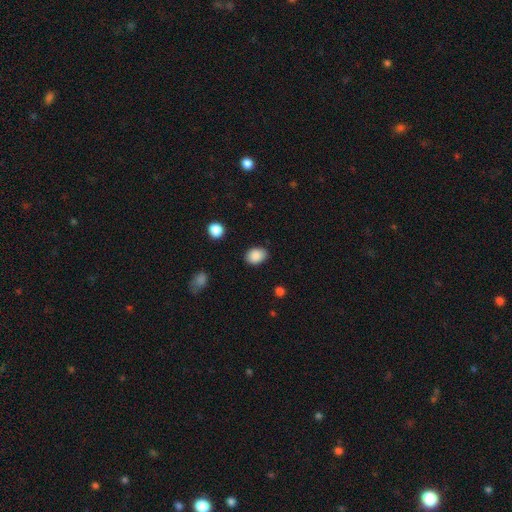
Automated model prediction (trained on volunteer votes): This appears to be a smooth galaxy with no disk features (88%) that is in between round and cigar-shaped (67%). Merging: none (84%).